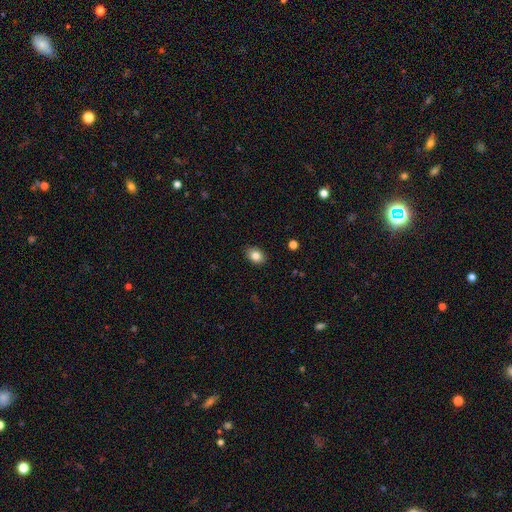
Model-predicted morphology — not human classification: smooth_or_featured: smooth (p=0.84) [alt: star or artifact p=0.09]
how_rounded: in between (p=0.74) [alt: round p=0.25]
merging: none (p=0.89) [alt: minor disturbance p=0.08]